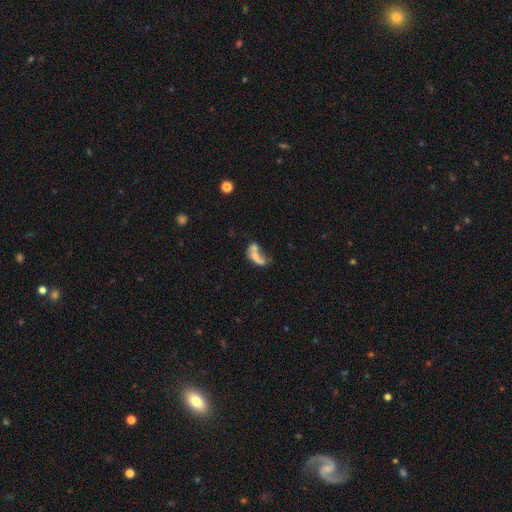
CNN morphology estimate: smooth-or-featured: smooth: 47% | featured or disk: 40% | star or artifact: 13%
  merging: merger: 49% | major disturbance: 22% | none: 18% | minor disturbance: 10%